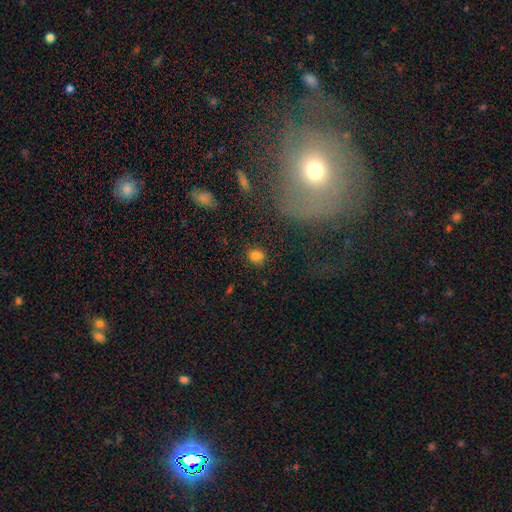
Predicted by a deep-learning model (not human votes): Smooth or featured? smooth (76%)
How rounded? round (76%)
Merging? none (78%)